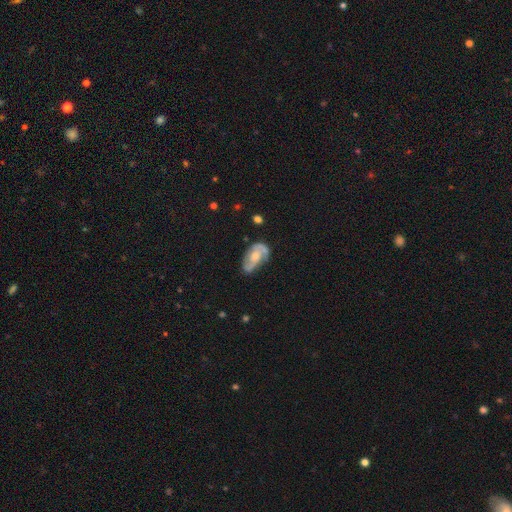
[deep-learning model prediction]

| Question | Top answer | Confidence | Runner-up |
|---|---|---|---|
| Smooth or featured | featured or disk | 71% | smooth (22%) |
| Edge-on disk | no | 95% | yes (5%) |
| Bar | no | 65% | weak (28%) |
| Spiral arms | yes | 85% | no (15%) |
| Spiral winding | medium | 43% | loose (33%) |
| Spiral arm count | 2 | 74% | can't tell (13%) |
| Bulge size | moderate | 52% | small (41%) |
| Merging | none | 50% | minor disturbance (30%) |